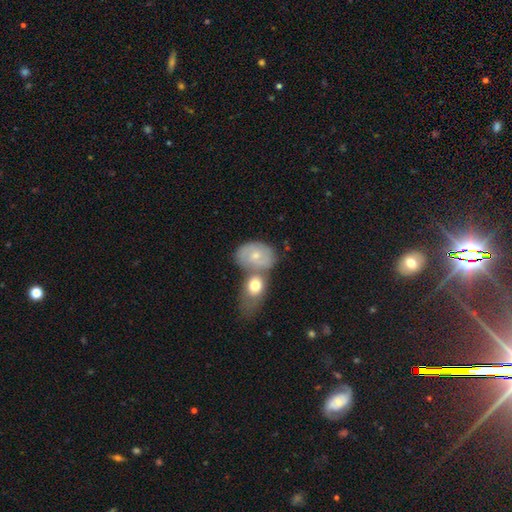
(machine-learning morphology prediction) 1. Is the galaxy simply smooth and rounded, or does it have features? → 50% featured or disk, 43% smooth, 7% star or artifact.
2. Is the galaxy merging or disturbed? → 45% merger, 36% none, 13% minor disturbance, 5% major disturbance.